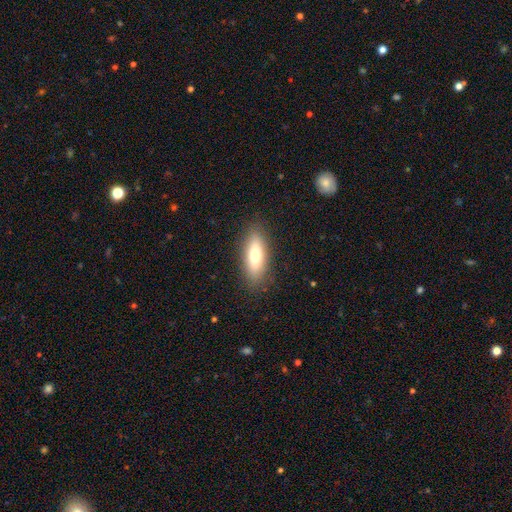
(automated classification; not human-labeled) Overall: smooth (72%). How rounded: in between (63%; cigar-shaped 35%). Merging: none (87%).